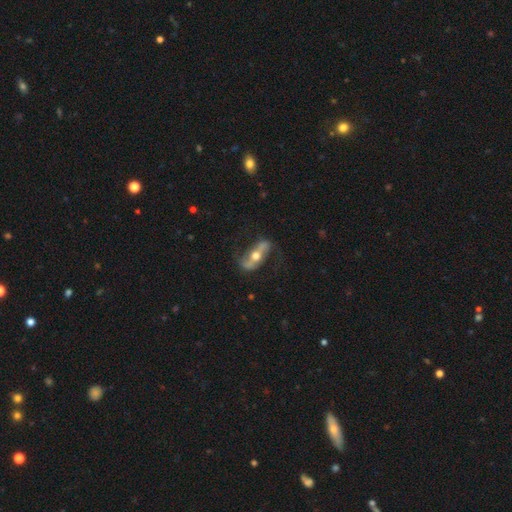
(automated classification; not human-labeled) The model was most divided on "bar": strong: 44%, no: 32%, weak: 23%. More confident: spiral arms — yes (81%); edge-on disk — no (76%); bulge size — moderate (73%); smooth or featured — featured or disk (73%); merging — none (70%).